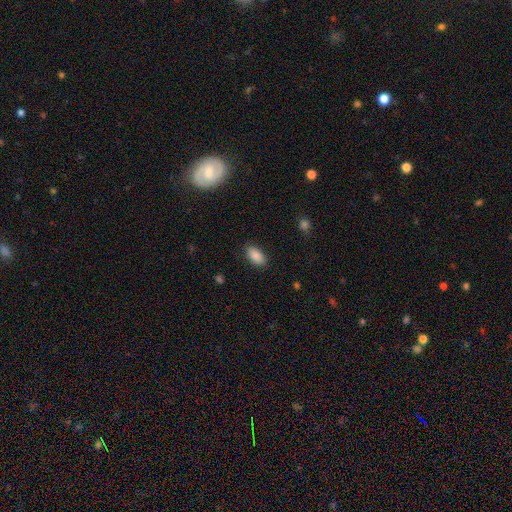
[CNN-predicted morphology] Smooth or featured? smooth (88%)
How rounded? in between (93%)
Merging? none (87%)